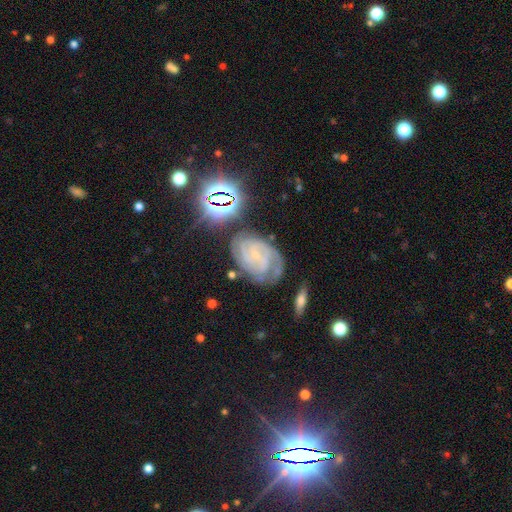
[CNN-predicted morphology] Smooth or featured? Predicted: featured or disk (p=0.81). Edge-on disk? Predicted: no (p=0.97). Bar? Predicted: no (p=0.61). Spiral arms? Predicted: yes (p=0.96). Spiral winding? Predicted: tight (p=0.70). Spiral arm count? Predicted: 2 (p=0.27). Bulge size? Predicted: small (p=0.80). Merging? Predicted: none (p=0.62).